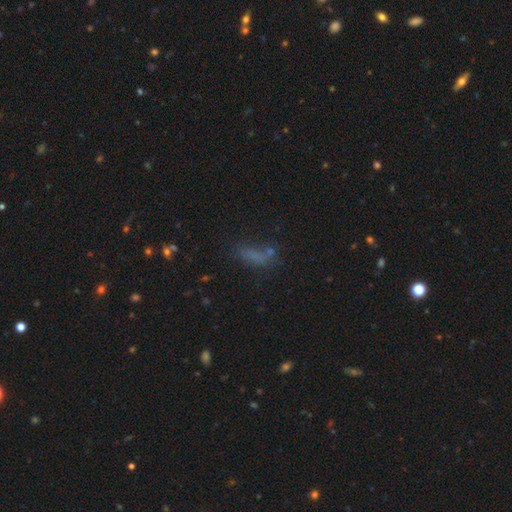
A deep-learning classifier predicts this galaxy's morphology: Smooth or featured: smooth — 62% (star or artifact — 23%)
How rounded: in between — 56% (cigar-shaped — 38%)
Merging: none — 50% (minor disturbance — 19%)